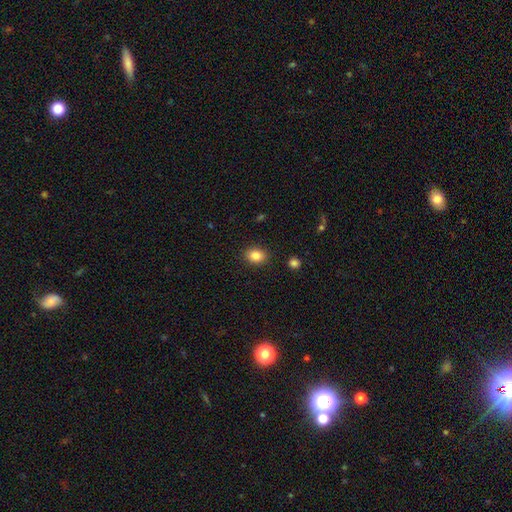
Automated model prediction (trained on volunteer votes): Smooth or featured? Predicted: smooth (p=0.84). How rounded? Predicted: in between (p=0.57). Merging? Predicted: none (p=0.89).